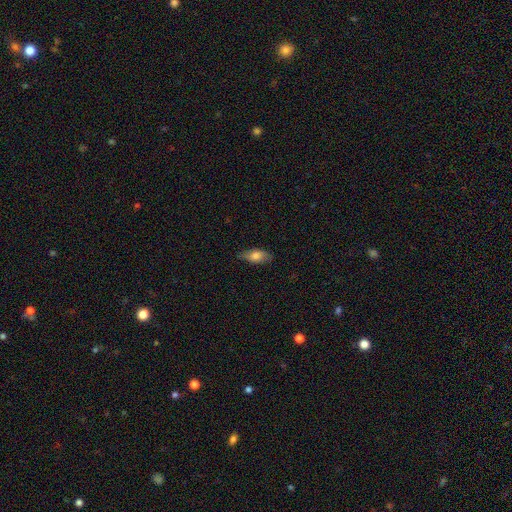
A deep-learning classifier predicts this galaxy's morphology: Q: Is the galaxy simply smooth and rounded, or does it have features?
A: smooth — 72%.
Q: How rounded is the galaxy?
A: in between — 83%.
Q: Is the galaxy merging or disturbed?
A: none — 77%.